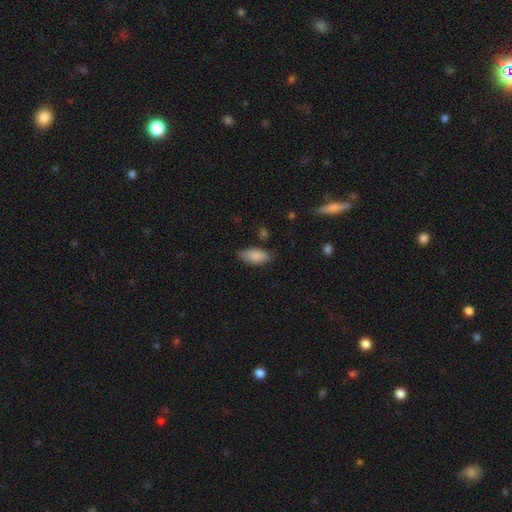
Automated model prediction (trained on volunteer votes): Smooth or featured?
  - smooth: 86% *
  - star or artifact: 7%
  - featured or disk: 7%
How rounded?
  - in between: 88% *
  - cigar-shaped: 9%
  - round: 2%
Merging?
  - none: 71% *
  - minor disturbance: 22%
  - major disturbance: 4%
  - merger: 2%